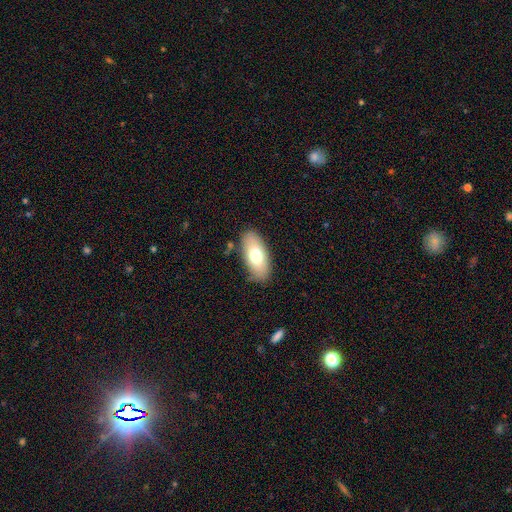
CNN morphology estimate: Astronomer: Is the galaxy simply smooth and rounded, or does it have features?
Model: smooth — 71%.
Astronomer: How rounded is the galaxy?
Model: in between — 90%.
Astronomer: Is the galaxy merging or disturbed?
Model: none — 84%.